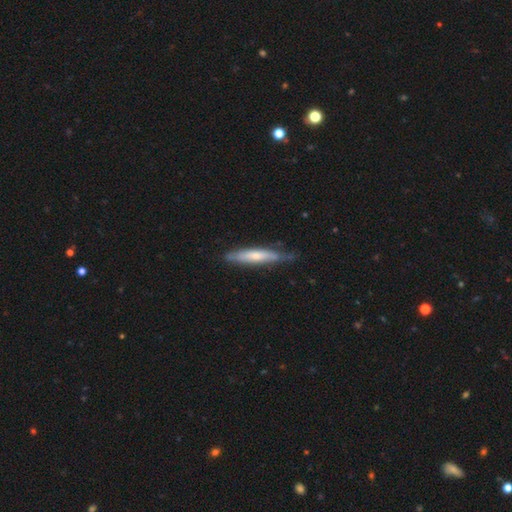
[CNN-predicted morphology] This appears to be a smooth galaxy with no disk features (48%). Merging: none (68%).